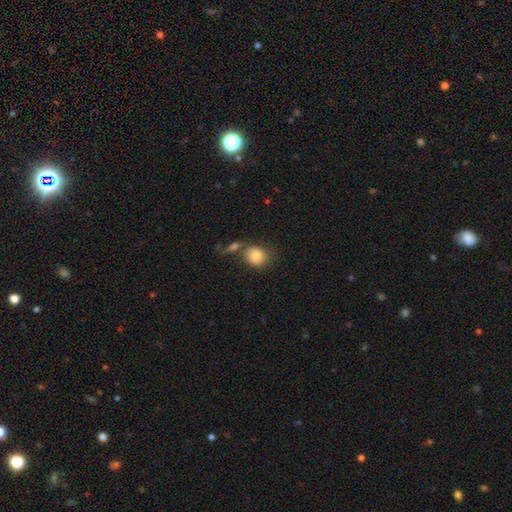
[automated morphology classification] type=smooth (87%); roundness=round (71%); merging=none (51%).